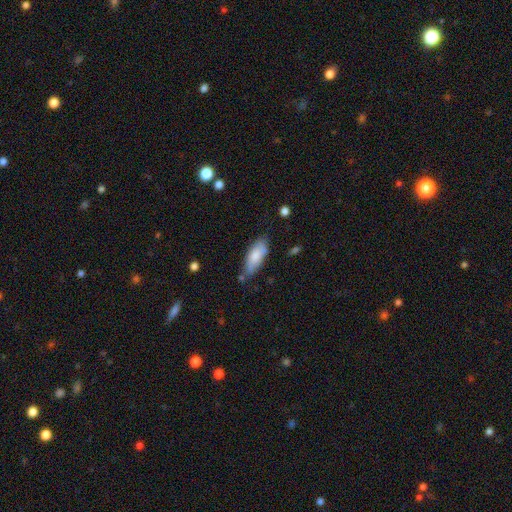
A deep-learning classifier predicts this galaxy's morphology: This is clearly a smooth galaxy (80%). How rounded: likely in between (76%). Merging: likely none (66%).